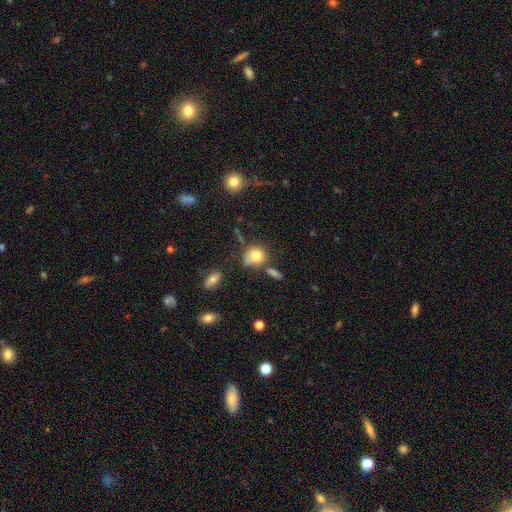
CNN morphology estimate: type=smooth (79%); roundness=round (75%); merging=none (55%).